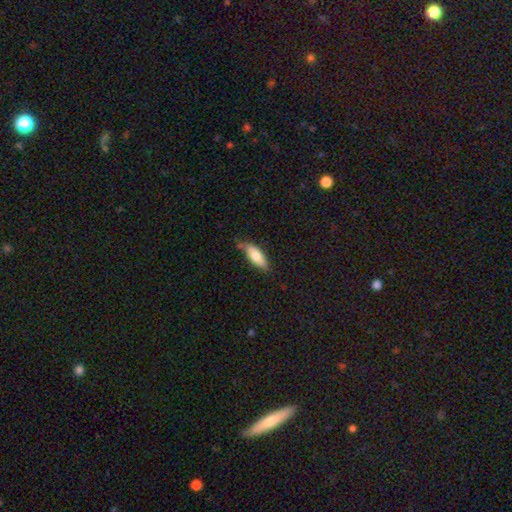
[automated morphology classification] A smooth galaxy with no disk features (77%) that is in between round and cigar-shaped (70%). Merging: none (65%).